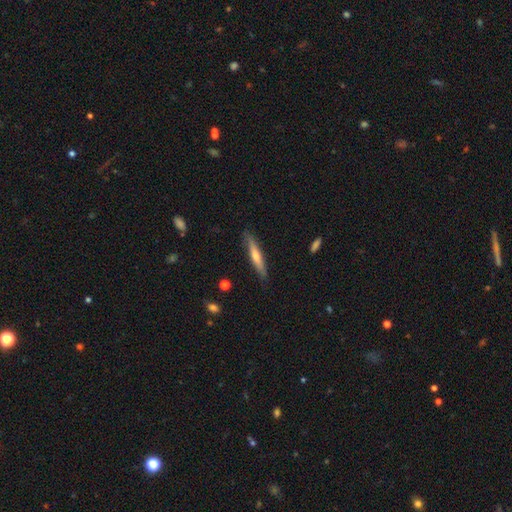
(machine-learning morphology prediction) A featured or disk galaxy (52%) viewed edge-on (93%). Merging: none (86%).